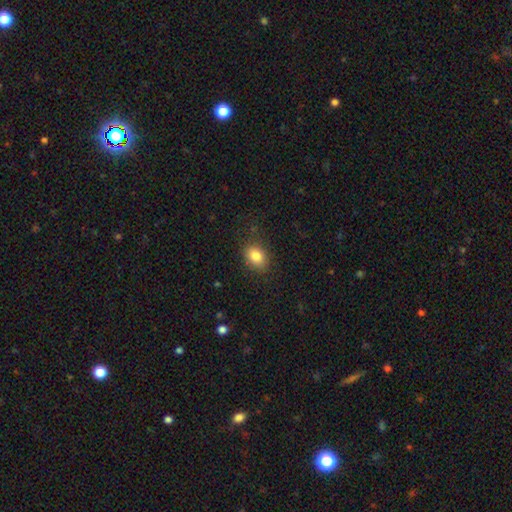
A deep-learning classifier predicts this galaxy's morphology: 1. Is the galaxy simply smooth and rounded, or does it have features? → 83% smooth, 10% star or artifact, 7% featured or disk.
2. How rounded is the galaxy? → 63% in between, 36% round, 1% cigar-shaped.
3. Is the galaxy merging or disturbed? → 83% none, 12% minor disturbance, 3% major disturbance, 1% merger.